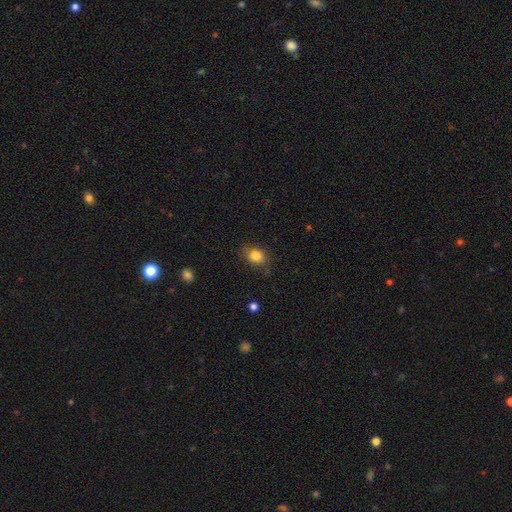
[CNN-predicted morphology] Smooth or featured?
  - smooth: 79% *
  - star or artifact: 11%
  - featured or disk: 9%
How rounded?
  - in between: 49% * (tied)
  - round: 49% * (tied)
  - cigar-shaped: 2%
Merging?
  - none: 66% *
  - minor disturbance: 24%
  - major disturbance: 7%
  - merger: 3%